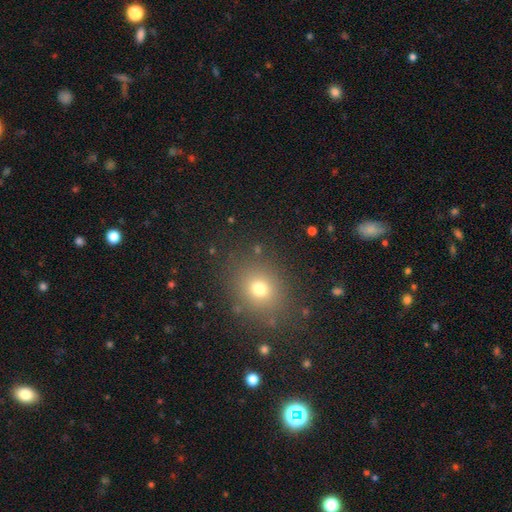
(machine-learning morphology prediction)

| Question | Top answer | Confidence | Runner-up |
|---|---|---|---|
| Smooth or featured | smooth | 66% | star or artifact (25%) |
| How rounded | round | 71% | in between (28%) |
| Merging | none | 87% | minor disturbance (8%) |